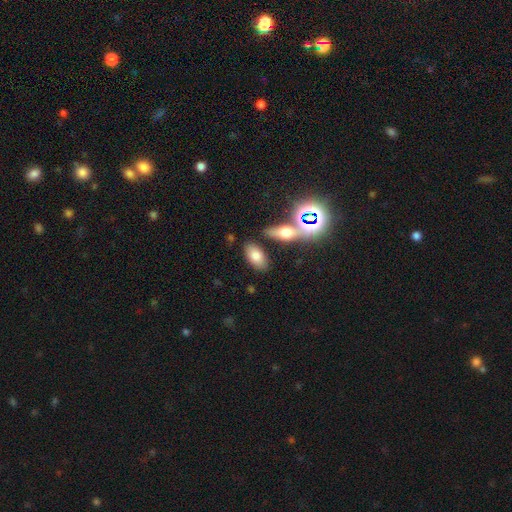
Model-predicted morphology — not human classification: This is likely a smooth galaxy (74%). How rounded: clearly in between (91%). Merging: likely none (78%).